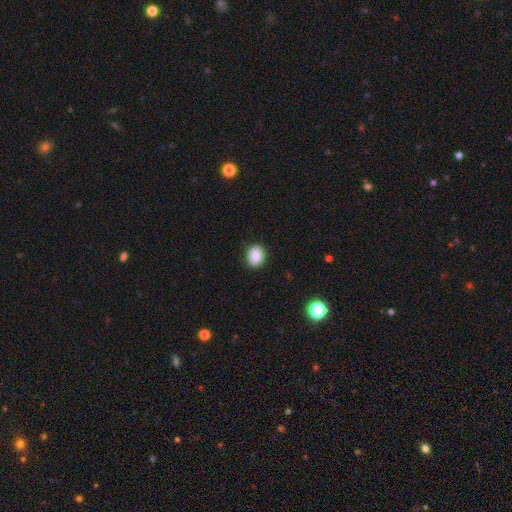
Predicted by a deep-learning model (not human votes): smooth_or_featured: smooth (p=0.85) [alt: star or artifact p=0.09]
how_rounded: in between (p=0.54) [alt: round p=0.45]
merging: none (p=0.88) [alt: minor disturbance p=0.09]